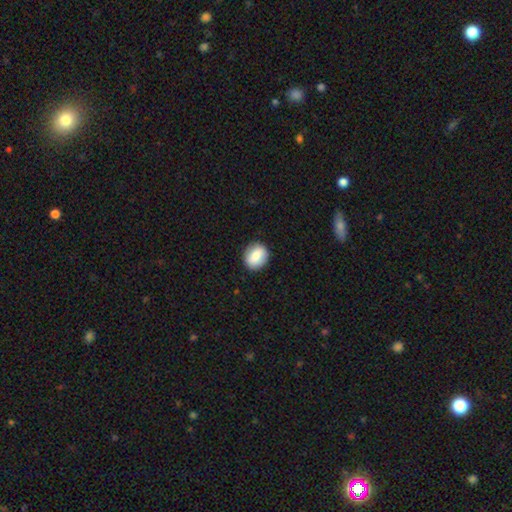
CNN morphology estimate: smooth 76%, featured or disk 17%, star or artifact 8%. Down the decision tree: how rounded — round (68%); merging — none (87%).